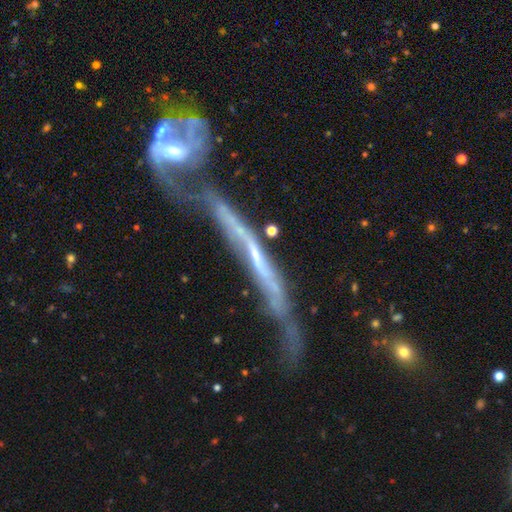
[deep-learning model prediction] Smooth or featured: featured or disk — 77% (smooth — 14%)
Edge-on disk: yes — 62% (no — 38%)
Merging: merger — 53% (none — 19%)